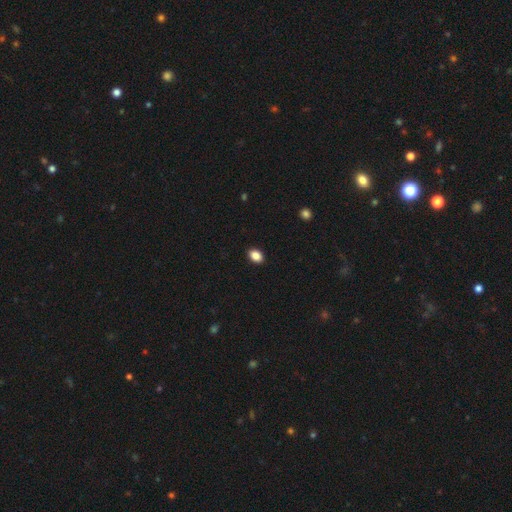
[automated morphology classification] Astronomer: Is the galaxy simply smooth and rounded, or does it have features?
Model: smooth — 88%.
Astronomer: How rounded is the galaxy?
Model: in between — 77%.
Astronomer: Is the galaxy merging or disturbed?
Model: none — 91%.